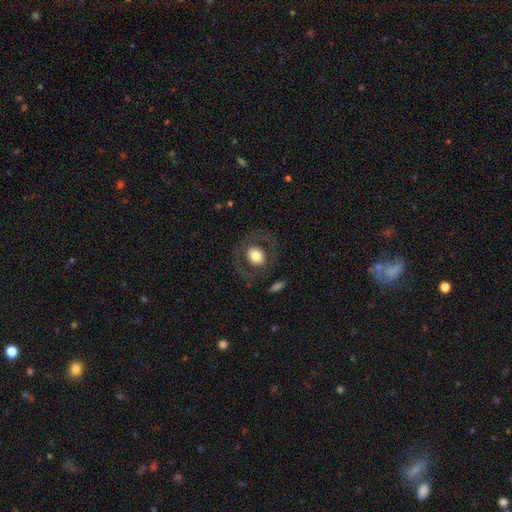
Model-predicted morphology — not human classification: This is possibly a smooth galaxy (58%). How rounded: likely round (77%). Merging: likely none (79%).